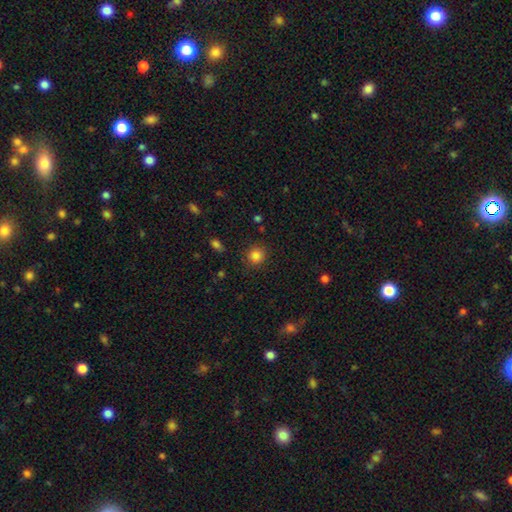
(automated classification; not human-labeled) smooth_or_featured: smooth (p=0.84) [alt: star or artifact p=0.12]
how_rounded: round (p=0.90) [alt: in between p=0.09]
merging: none (p=0.87) [alt: minor disturbance p=0.09]